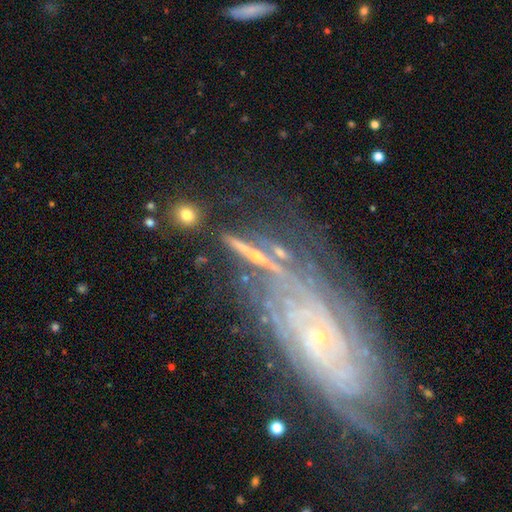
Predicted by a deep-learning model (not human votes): Overall: featured or disk (75%). Edge-on disk: no (80%). Bar: no (62%). Spiral arms: yes (90%). Spiral arm count: can't tell (35%; 2 17%). Spiral winding: tight (76%). Bulge size: small (82%). Merging: none (60%).